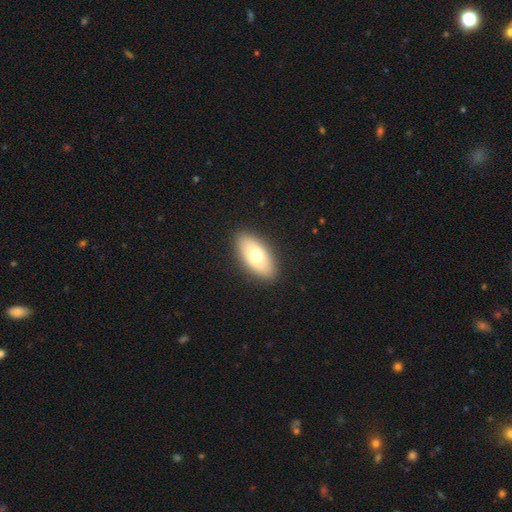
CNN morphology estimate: Smooth or featured? Predicted: smooth (p=0.70). How rounded? Predicted: in between (p=0.90). Merging? Predicted: none (p=0.89).